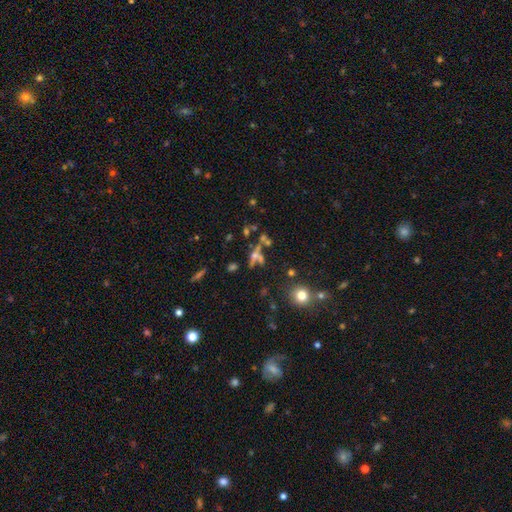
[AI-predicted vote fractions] Smooth or featured?
  - featured or disk: 41% *
  - smooth: 32%
  - star or artifact: 27%
Merging?
  - none: 42% *
  - merger: 31%
  - major disturbance: 14%
  - minor disturbance: 13%